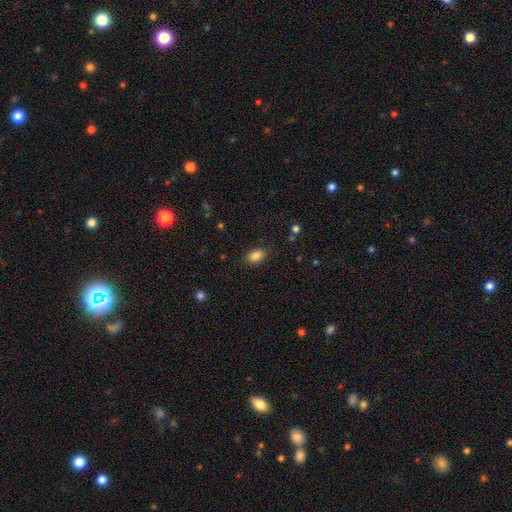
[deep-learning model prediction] A smooth galaxy with no disk features (85%) that is in between round and cigar-shaped (81%). Merging: none (84%).